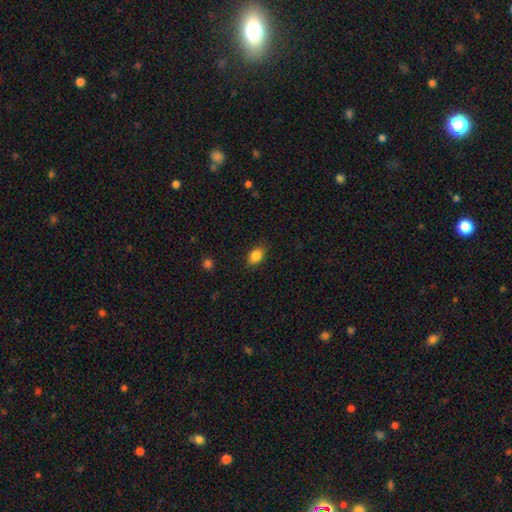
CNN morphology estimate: This is clearly a smooth galaxy (85%). How rounded: clearly in between (83%). Merging: clearly none (85%).